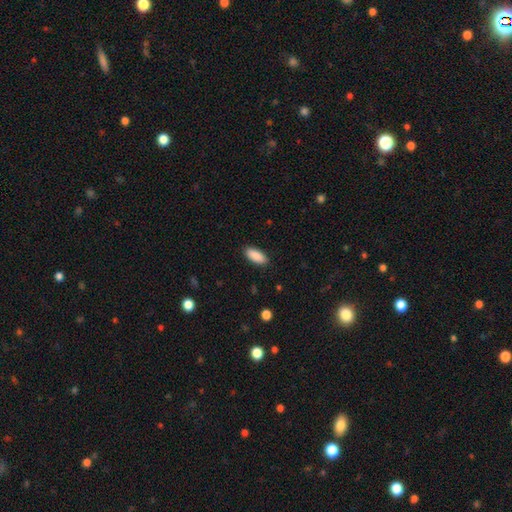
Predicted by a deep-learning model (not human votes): smooth 90%, star or artifact 6%, featured or disk 4%. Down the decision tree: how rounded — in between (85%); merging — none (89%).